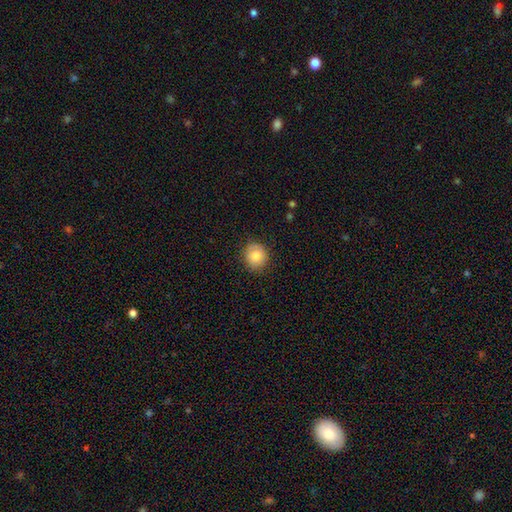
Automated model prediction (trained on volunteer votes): Overall: smooth (80%). How rounded: round (83%). Merging: none (85%).